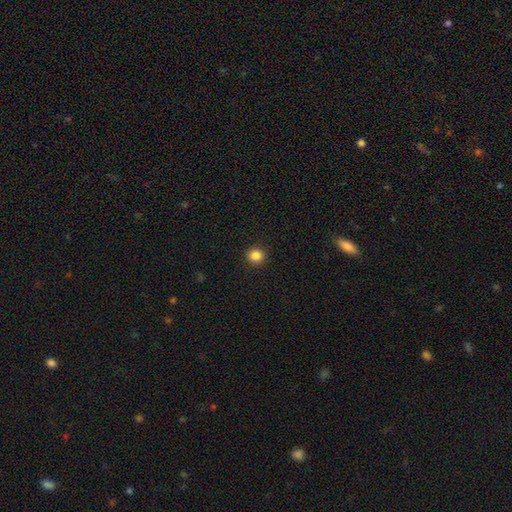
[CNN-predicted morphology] A smooth galaxy with no disk features (86%) that is round (91%). Merging: none (92%).